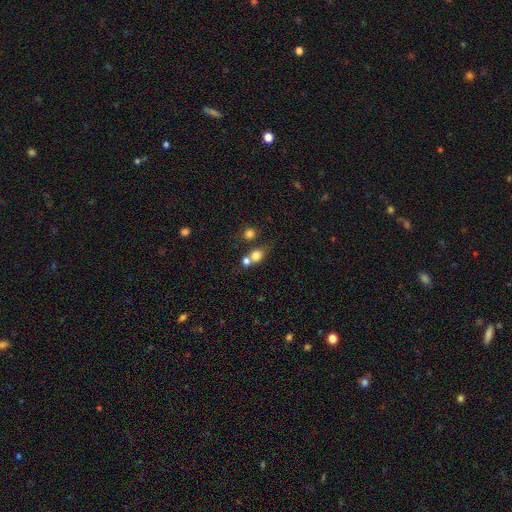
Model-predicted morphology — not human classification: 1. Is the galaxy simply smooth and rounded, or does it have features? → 75% smooth, 13% star or artifact, 12% featured or disk.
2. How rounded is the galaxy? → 71% round, 27% in between, 2% cigar-shaped.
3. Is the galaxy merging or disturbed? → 49% merger, 38% none, 9% minor disturbance, 5% major disturbance.